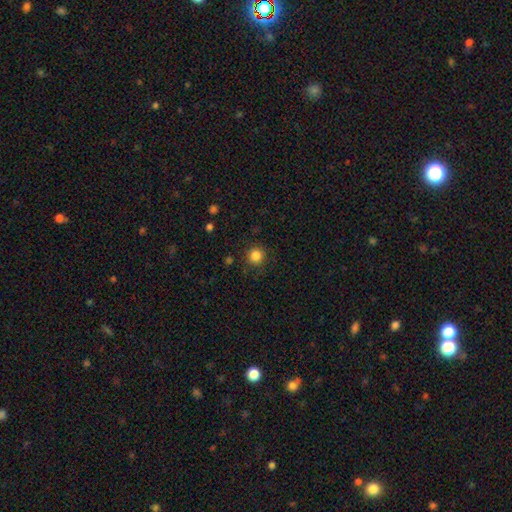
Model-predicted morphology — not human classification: A smooth galaxy with no disk features (84%) that is round (94%). Merging: none (89%).